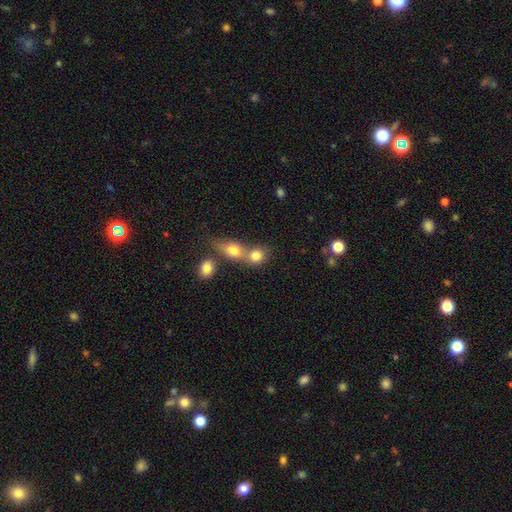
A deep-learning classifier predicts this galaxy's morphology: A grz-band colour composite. It shows a smooth galaxy with no disk features (78%) that is round (67%). Merging: merger (57%).